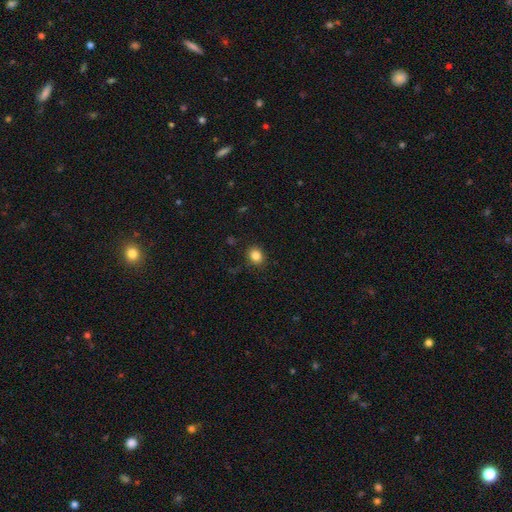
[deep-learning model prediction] A smooth galaxy with no disk features (84%) that is round (64%).

Vote fractions:
- Smooth or featured? smooth: 84% / star or artifact: 11% / featured or disk: 5%
- How rounded? round: 64% / in between: 35% / cigar-shaped: 1%
- Merging? none: 86% / minor disturbance: 10% / major disturbance: 3% / merger: 1%